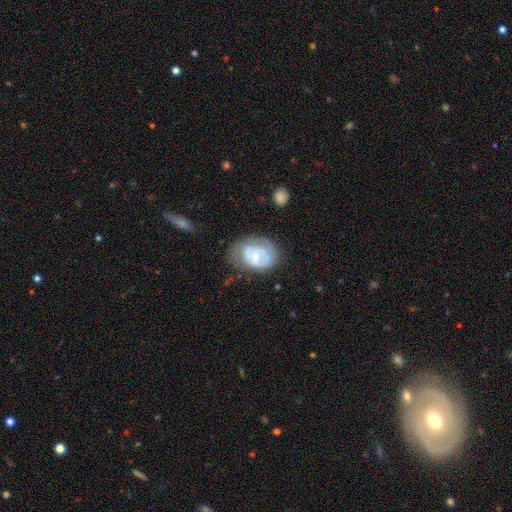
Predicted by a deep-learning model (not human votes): A featured or disk galaxy (52%) with no bar (64%), spiral arms (54%) and a small central bulge (57%).

Vote fractions:
- Smooth or featured? featured or disk: 52% / smooth: 41% / star or artifact: 7%
- Edge-on disk? no: 97% / yes: 3%
- Bar? no: 64% / weak: 30% / strong: 6%
- Spiral arms? yes: 54% / no: 46%
- Bulge size? small: 57% / moderate: 32% / none: 7% / large: 3% / dominant: 1%
- Merging? none: 47% / minor disturbance: 30% / major disturbance: 20% / merger: 3%